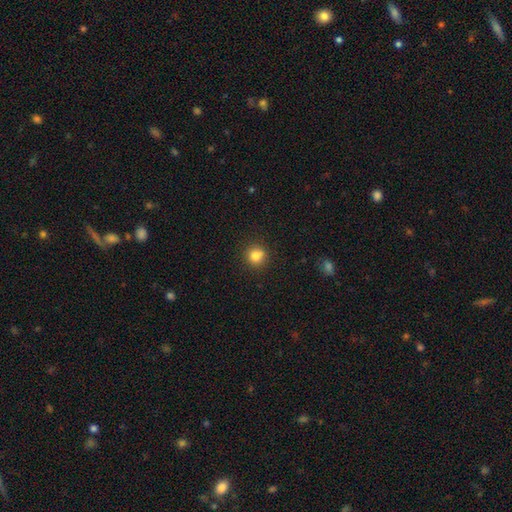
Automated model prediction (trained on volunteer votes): smooth 82%, star or artifact 12%, featured or disk 6%. Down the decision tree: how rounded — round (90%); merging — none (80%).